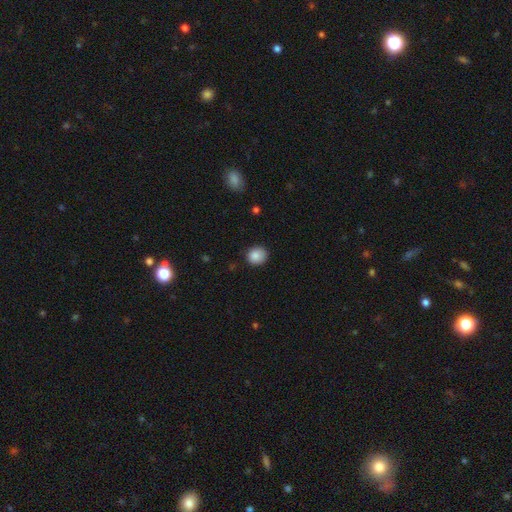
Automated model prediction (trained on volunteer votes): Smooth or featured? smooth (86%)
How rounded? round (85%)
Merging? none (84%)